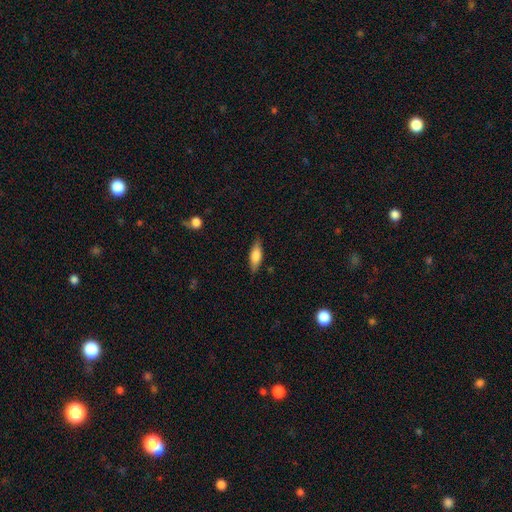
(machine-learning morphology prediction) Smooth or featured? Predicted: smooth (p=0.71). How rounded? Predicted: in between (p=0.56). Merging? Predicted: none (p=0.83).